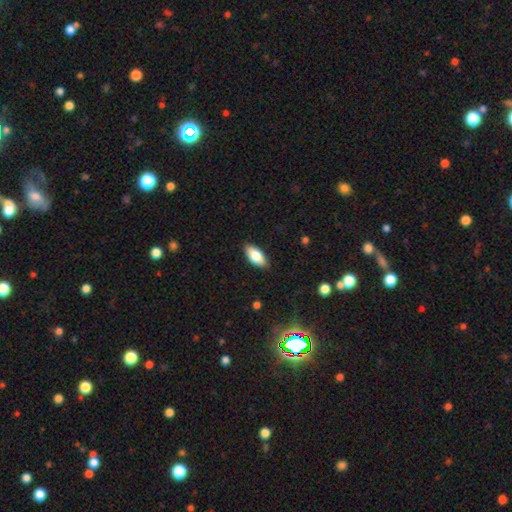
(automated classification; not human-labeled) Q: Smooth or featured?
A: smooth (76%); runner-up: featured or disk (18%)
Q: How rounded?
A: in between (87%); runner-up: cigar-shaped (10%)
Q: Merging?
A: none (86%); runner-up: minor disturbance (11%)